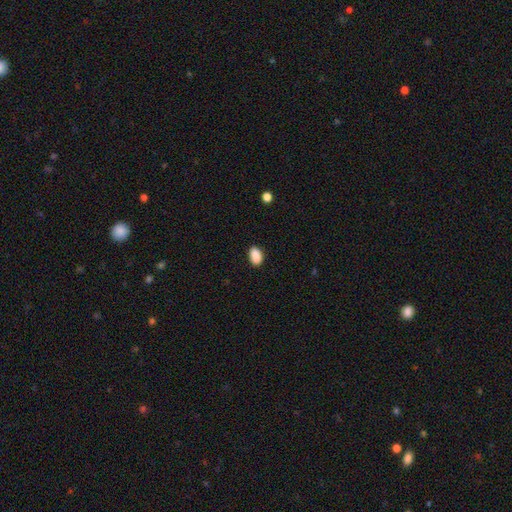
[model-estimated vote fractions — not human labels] smooth_or_featured: smooth (p=0.89) [alt: star or artifact p=0.08]
how_rounded: in between (p=0.89) [alt: round p=0.09]
merging: none (p=0.85) [alt: minor disturbance p=0.12]